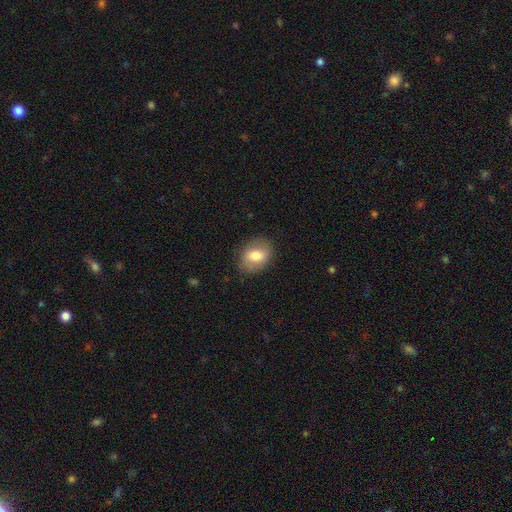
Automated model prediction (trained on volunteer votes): A smooth galaxy with no disk features (73%) that is in between round and cigar-shaped (62%). Merging: none (81%).